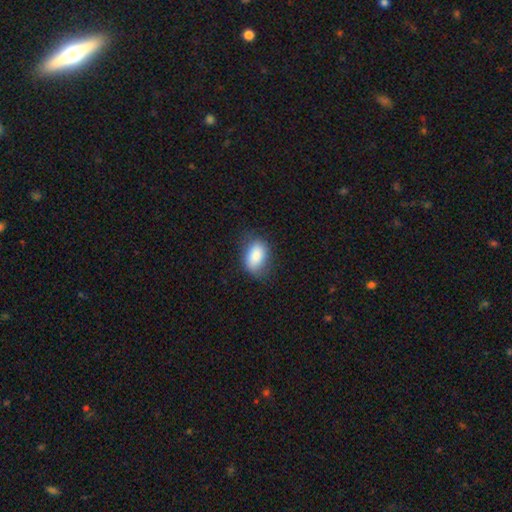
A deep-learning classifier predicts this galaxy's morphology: The model was most divided on "merging": none: 70%, minor disturbance: 22%, major disturbance: 6%, merger: 1%. More confident: how rounded — in between (87%); smooth or featured — smooth (86%).